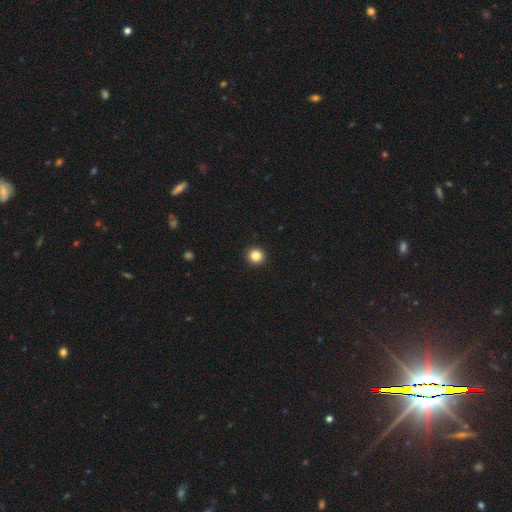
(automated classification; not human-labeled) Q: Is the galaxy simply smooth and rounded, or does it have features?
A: smooth — 85%.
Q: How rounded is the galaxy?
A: round — 95%.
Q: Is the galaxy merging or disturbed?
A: none — 94%.